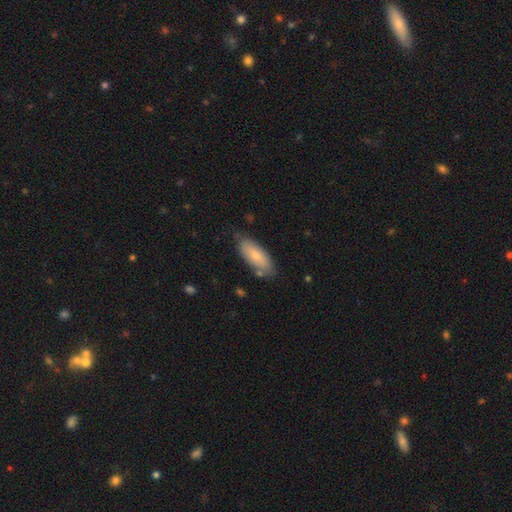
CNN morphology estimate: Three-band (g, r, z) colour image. It shows a smooth galaxy with no disk features (77%) that is in between round and cigar-shaped (81%). Merging: none (73%).